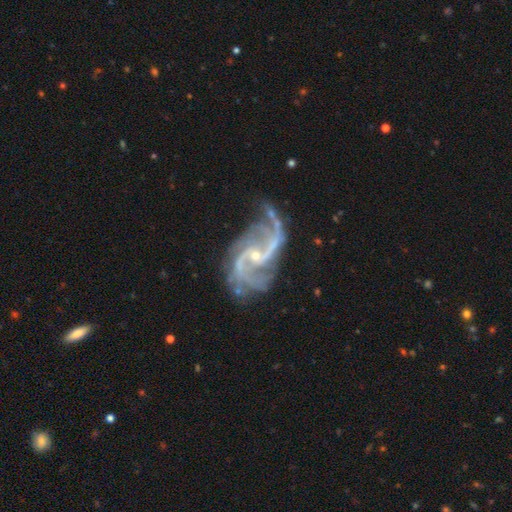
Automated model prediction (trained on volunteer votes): featured or disk 92%, star or artifact 6%, smooth 2%. Down the decision tree: edge-on disk — no (98%); bar — weak (42%); spiral arms — yes (98%); spiral arm count — 2 (70%); spiral winding — loose (50%); bulge size — small (80%); merging — none (54%).